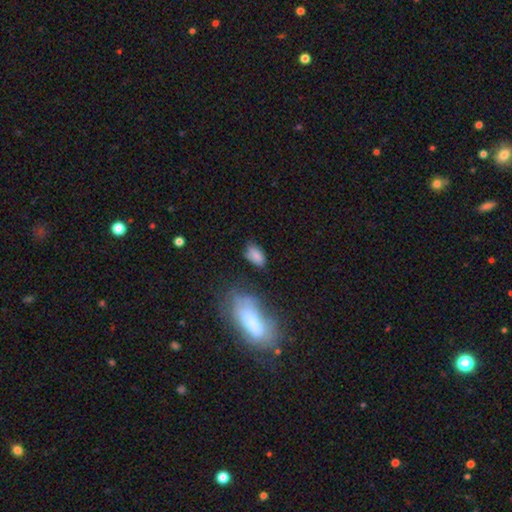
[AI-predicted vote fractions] Q: Smooth or featured?
A: smooth (81%); runner-up: featured or disk (9%)
Q: How rounded?
A: in between (92%); runner-up: round (6%)
Q: Merging?
A: none (64%); runner-up: minor disturbance (24%)